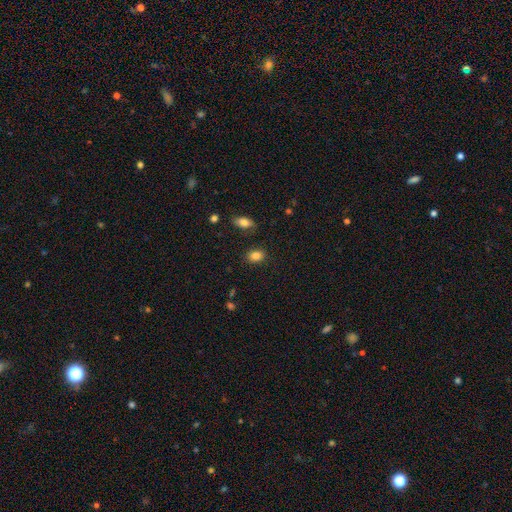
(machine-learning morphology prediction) type=smooth (85%); roundness=in between (71%); merging=none (85%).